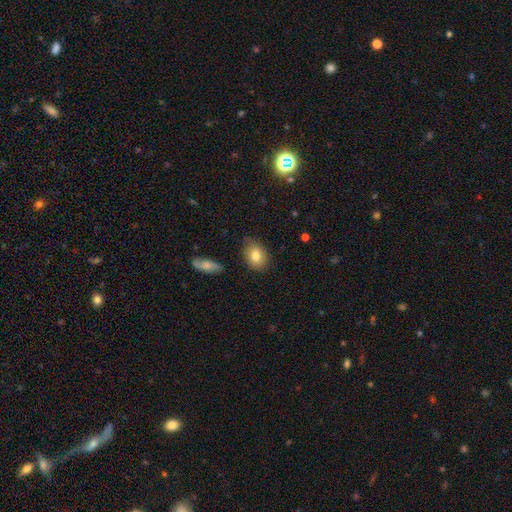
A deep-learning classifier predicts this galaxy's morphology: Smooth or featured?
  - smooth: 80% *
  - featured or disk: 11%
  - star or artifact: 8%
How rounded?
  - in between: 65% *
  - round: 34%
  - cigar-shaped: 1%
Merging?
  - none: 79% *
  - minor disturbance: 16%
  - major disturbance: 3%
  - merger: 2%